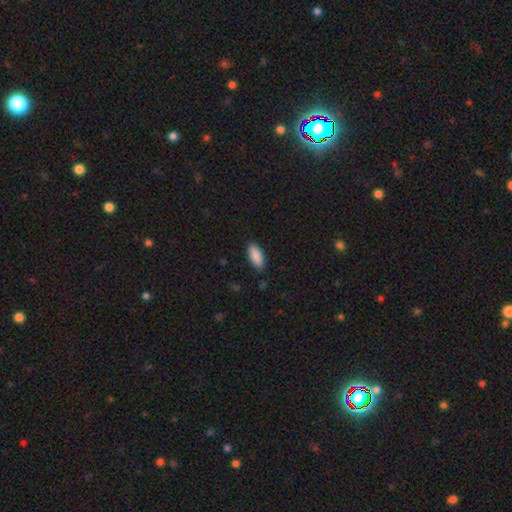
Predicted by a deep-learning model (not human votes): A smooth galaxy with no disk features (90%) that is in between round and cigar-shaped (88%).

Vote fractions:
- Smooth or featured? smooth: 90% / star or artifact: 6% / featured or disk: 4%
- How rounded? in between: 88% / cigar-shaped: 11% / round: 2%
- Merging? none: 87% / minor disturbance: 10% / major disturbance: 2% / merger: 1%